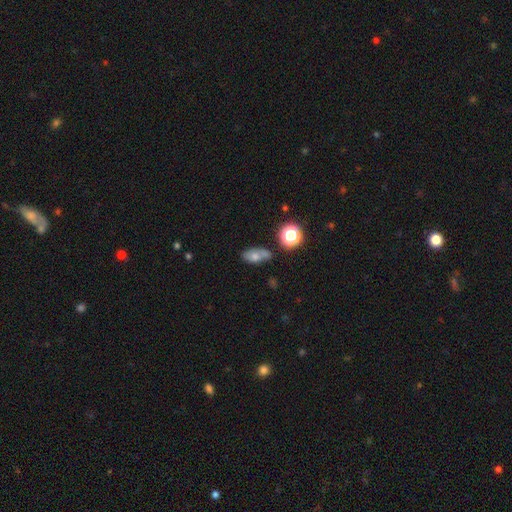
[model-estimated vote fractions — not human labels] A smooth galaxy with no disk features (64%) that is in between round and cigar-shaped (80%).

Vote fractions:
- Smooth or featured? smooth: 64% / featured or disk: 22% / star or artifact: 14%
- How rounded? in between: 80% / round: 14% / cigar-shaped: 6%
- Merging? none: 53% / minor disturbance: 25% / merger: 15% / major disturbance: 8%